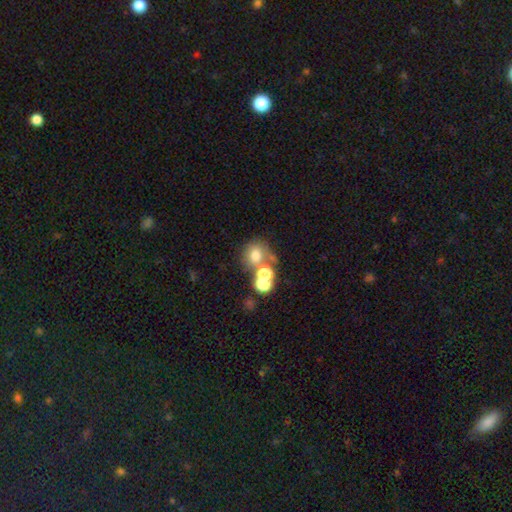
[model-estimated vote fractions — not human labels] Smooth or featured?
  - smooth: 64% *
  - featured or disk: 18%
  - star or artifact: 18%
How rounded?
  - round: 71% *
  - in between: 28%
  - cigar-shaped: 1%
Merging?
  - merger: 43% *
  - none: 40%
  - minor disturbance: 10%
  - major disturbance: 8%